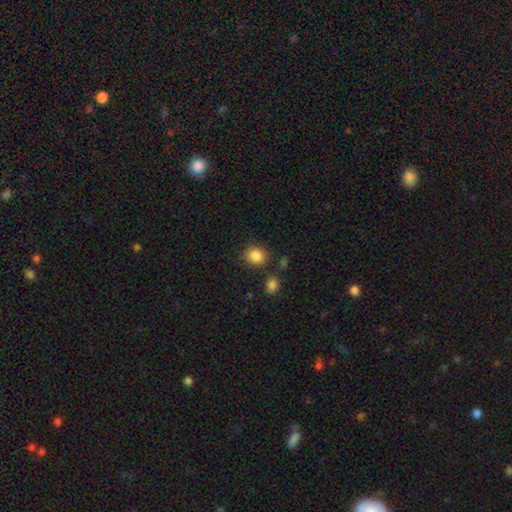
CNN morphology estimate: Smooth or featured?
  - smooth: 87% *
  - star or artifact: 9%
  - featured or disk: 4%
How rounded?
  - round: 76% *
  - in between: 23%
  - cigar-shaped: 1%
Merging?
  - none: 81% *
  - minor disturbance: 10%
  - merger: 5%
  - major disturbance: 3%